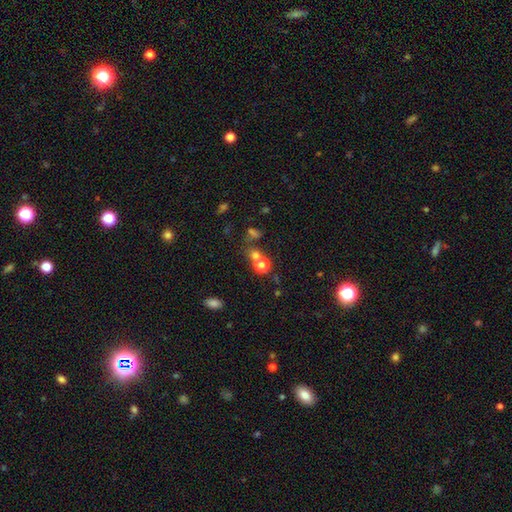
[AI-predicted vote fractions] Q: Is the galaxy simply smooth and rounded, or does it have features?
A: smooth — 66%.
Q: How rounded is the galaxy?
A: round — 81%.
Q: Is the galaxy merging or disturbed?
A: none — 51%.